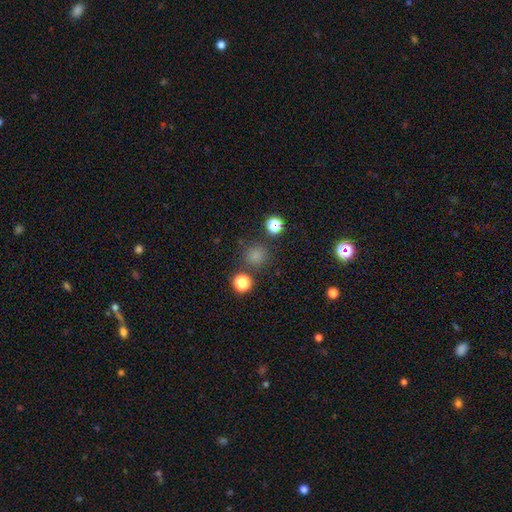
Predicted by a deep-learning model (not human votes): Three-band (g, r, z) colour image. It shows a smooth galaxy with no disk features (75%) that is round (91%). Merging: none (81%).